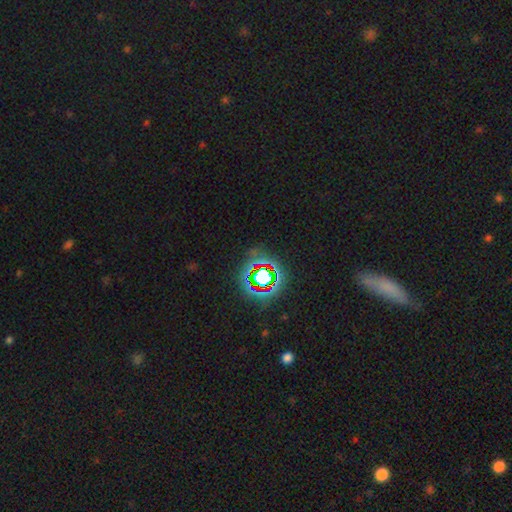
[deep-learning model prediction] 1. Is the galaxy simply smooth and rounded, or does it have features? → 75% star or artifact, 15% smooth, 10% featured or disk.